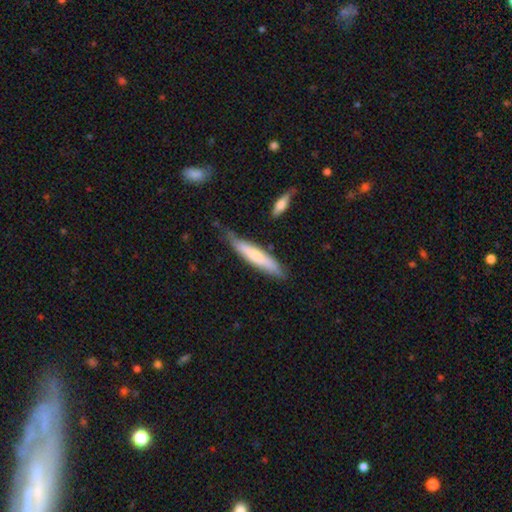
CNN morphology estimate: The model was most divided on "smooth or featured": smooth: 61%, featured or disk: 34%, star or artifact: 5%. More confident: how rounded — cigar-shaped (86%); merging — none (65%).